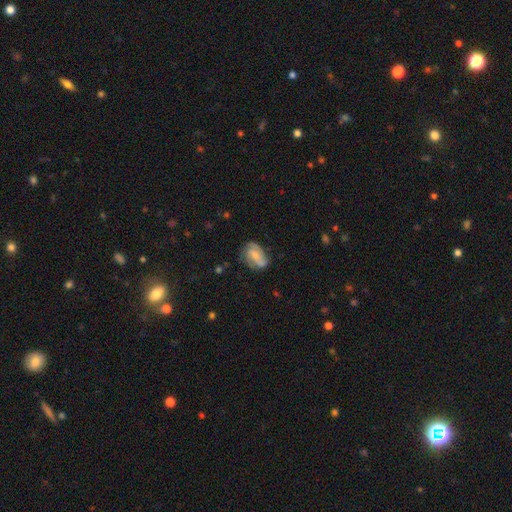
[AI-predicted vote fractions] Smooth or featured? featured or disk (61%)
Edge-on disk? no (96%)
Bar? weak (42%)
Spiral arms? yes (85%)
Bulge size? small (47%)
Merging? none (58%)